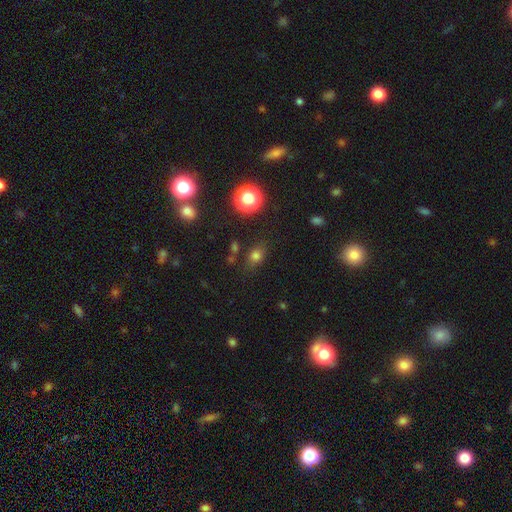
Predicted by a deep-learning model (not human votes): Overall: smooth (71%). How rounded: in between (60%; round 38%). Merging: none (76%).